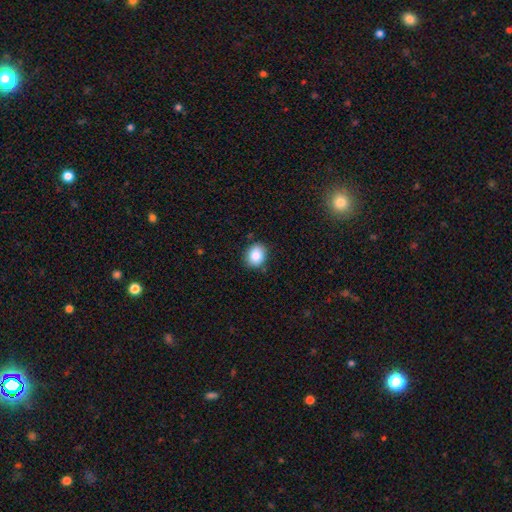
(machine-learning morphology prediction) Q: Smooth or featured?
A: smooth (85%); runner-up: star or artifact (9%)
Q: How rounded?
A: round (55%); runner-up: in between (44%)
Q: Merging?
A: none (84%); runner-up: minor disturbance (12%)